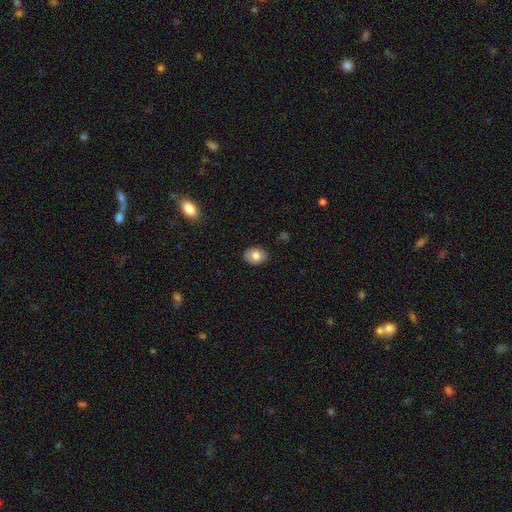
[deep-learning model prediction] Smooth or featured: smooth — 78% (featured or disk — 14%)
How rounded: in between — 62% (round — 37%)
Merging: none — 87% (minor disturbance — 10%)